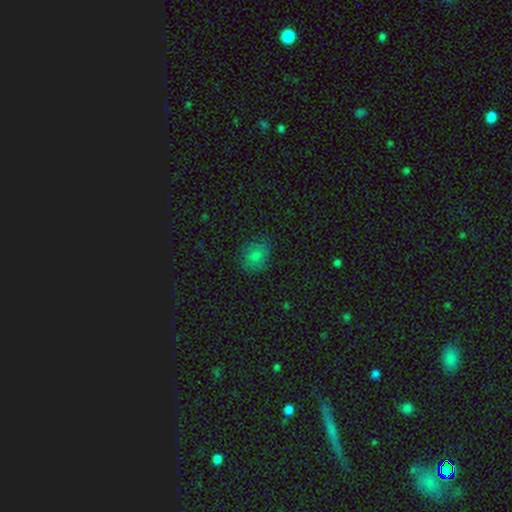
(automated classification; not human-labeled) Overall: smooth (75%). How rounded: round (55%; in between 44%). Merging: none (79%).